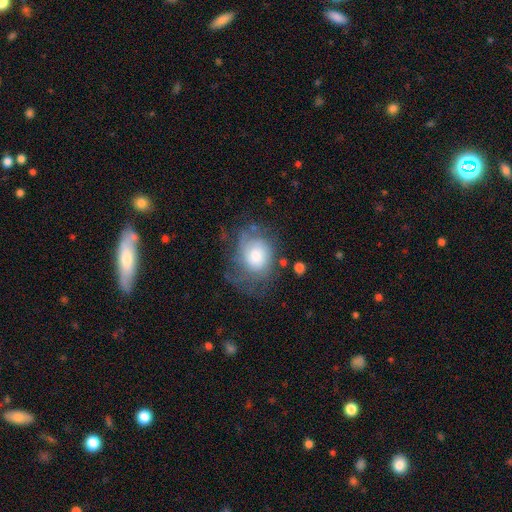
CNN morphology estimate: Q: Smooth or featured?
A: featured or disk (56%); runner-up: smooth (35%)
Q: Edge-on disk?
A: no (97%); runner-up: yes (3%)
Q: Bar?
A: no (78%); runner-up: weak (19%)
Q: Spiral arms?
A: yes (77%); runner-up: no (23%)
Q: Bulge size?
A: moderate (48%); runner-up: large (30%)
Q: Merging?
A: none (51%); runner-up: minor disturbance (25%)